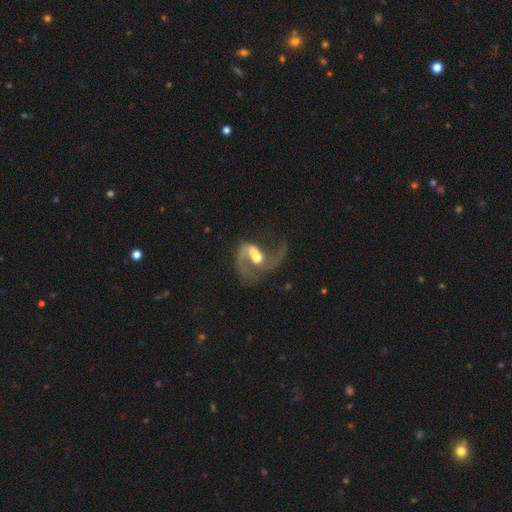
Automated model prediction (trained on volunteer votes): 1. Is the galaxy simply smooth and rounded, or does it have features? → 81% featured or disk, 12% smooth, 6% star or artifact.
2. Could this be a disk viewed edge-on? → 97% no, 3% yes.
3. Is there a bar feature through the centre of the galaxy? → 45% weak, 32% no, 23% strong.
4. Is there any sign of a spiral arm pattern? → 92% yes, 8% no.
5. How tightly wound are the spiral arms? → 53% loose, 37% medium, 10% tight.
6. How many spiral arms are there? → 47% 2, 45% 1, 4% can't tell, 2% 3, 1% 4, 1% more than 4.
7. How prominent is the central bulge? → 51% moderate, 27% large, 13% small, 6% none, 3% dominant.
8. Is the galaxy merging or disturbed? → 44% major disturbance, 36% none, 14% minor disturbance, 6% merger.